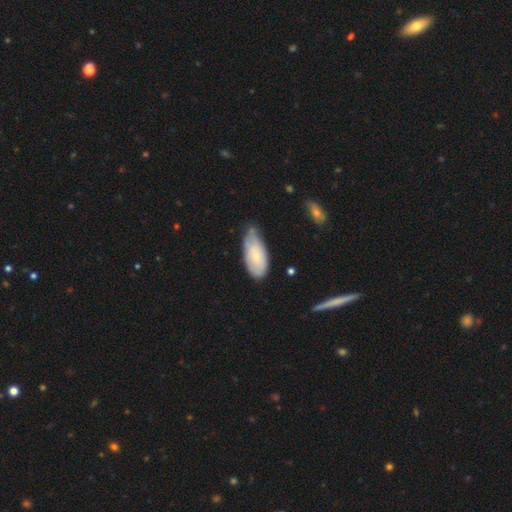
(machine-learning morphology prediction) Smooth or featured? Predicted: smooth (p=0.65). How rounded? Predicted: in between (p=0.90). Merging? Predicted: none (p=0.48).